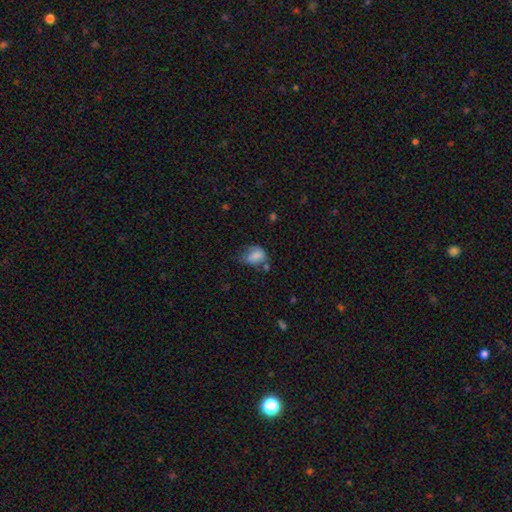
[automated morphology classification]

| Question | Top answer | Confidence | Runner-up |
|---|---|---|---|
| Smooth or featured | smooth | 76% | featured or disk (15%) |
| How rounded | in between | 67% | round (32%) |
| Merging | minor disturbance | 36% | none (34%) |